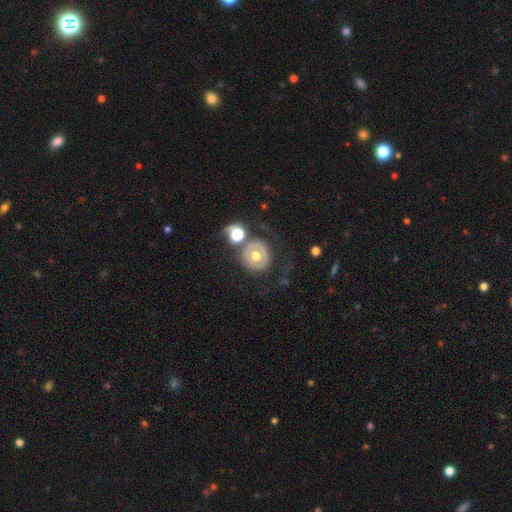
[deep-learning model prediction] The model was most divided on "smooth or featured": featured or disk: 49%, smooth: 41%, star or artifact: 10%. More confident: merging — none (61%).